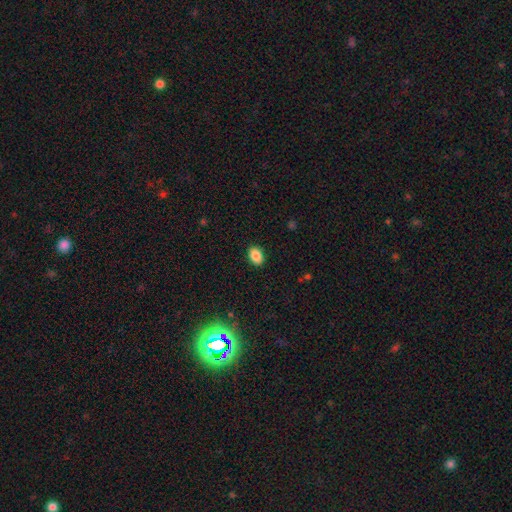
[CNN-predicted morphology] Smooth or featured? smooth (86%)
How rounded? in between (79%)
Merging? none (90%)